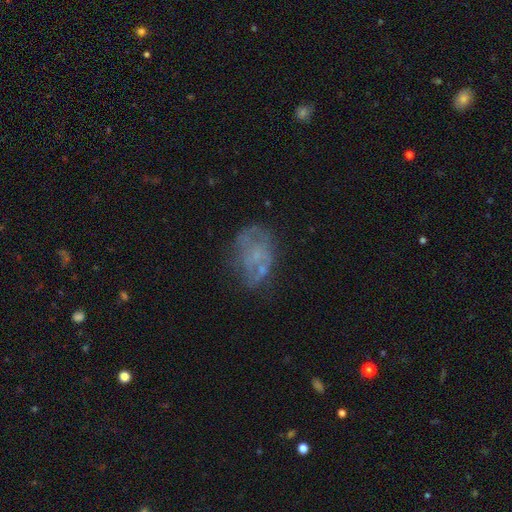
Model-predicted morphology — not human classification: featured or disk 56%, smooth 28%, star or artifact 16%. Down the decision tree: edge-on disk — no (97%); bar — no (86%); spiral arms — no (73%); bulge size — none (56%); merging — none (49%).